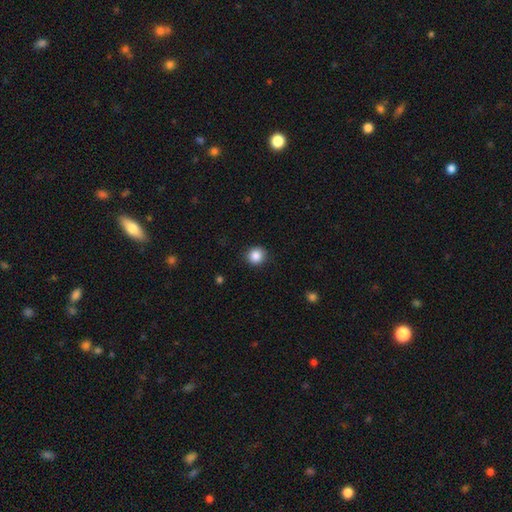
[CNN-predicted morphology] Smooth or featured? smooth (86%)
How rounded? round (90%)
Merging? none (90%)